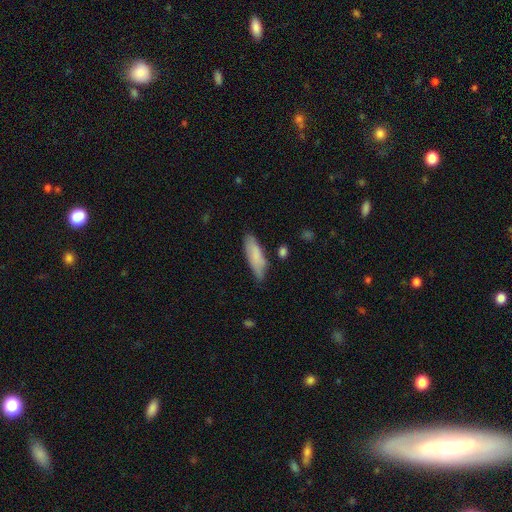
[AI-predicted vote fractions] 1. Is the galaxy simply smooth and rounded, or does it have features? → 81% smooth, 13% featured or disk, 6% star or artifact.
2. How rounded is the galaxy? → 50% cigar-shaped, 49% in between, 2% round.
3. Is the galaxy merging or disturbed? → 70% none, 23% minor disturbance, 4% major disturbance, 3% merger.